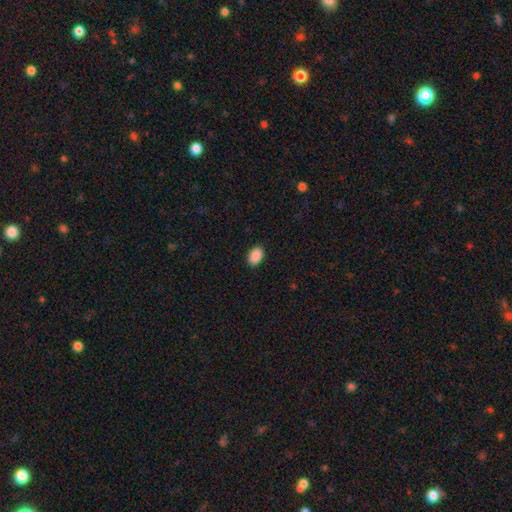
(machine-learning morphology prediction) Smooth or featured? Predicted: smooth (p=0.90). How rounded? Predicted: in between (p=0.83). Merging? Predicted: none (p=0.90).